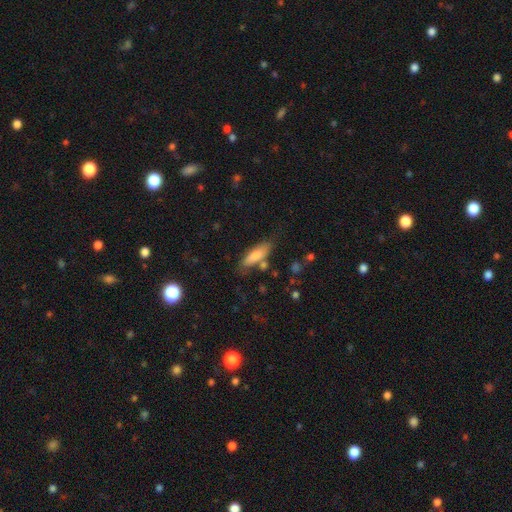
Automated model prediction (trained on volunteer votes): smooth-or-featured: smooth: 80% | featured or disk: 14% | star or artifact: 6%
  how-rounded: in between: 50% | cigar-shaped: 48% | round: 2%
  merging: none: 69% | minor disturbance: 18% | merger: 8% | major disturbance: 5%